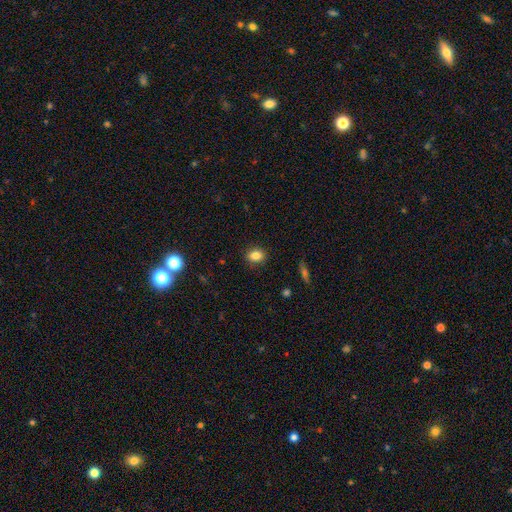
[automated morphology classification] This is clearly a smooth galaxy (84%). How rounded: possibly in between (56%). Merging: clearly none (87%).